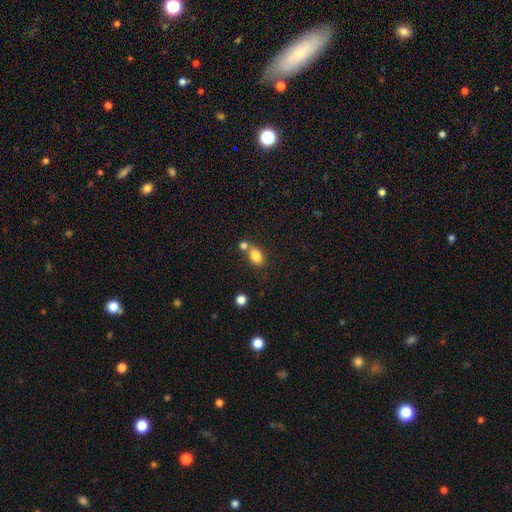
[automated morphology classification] Smooth or featured? smooth (82%)
How rounded? in between (77%)
Merging? none (52%)